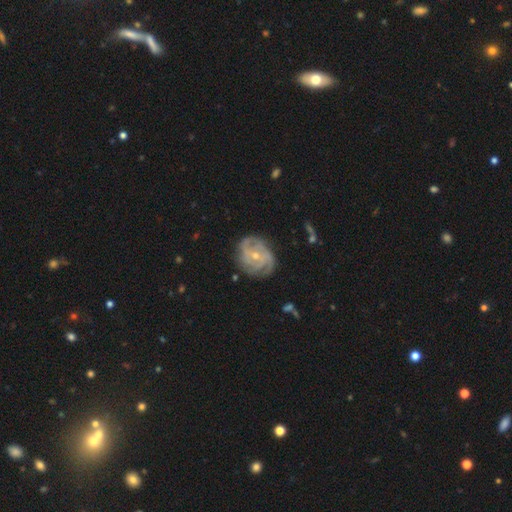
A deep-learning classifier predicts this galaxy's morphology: Q: Smooth or featured?
A: featured or disk (85%); runner-up: smooth (9%)
Q: Edge-on disk?
A: no (97%); runner-up: yes (3%)
Q: Bar?
A: no (64%); runner-up: weak (29%)
Q: Spiral arms?
A: yes (94%); runner-up: no (6%)
Q: Spiral winding?
A: tight (59%); runner-up: medium (32%)
Q: Spiral arm count?
A: 3 (30%); runner-up: can't tell (25%)
Q: Bulge size?
A: small (55%); runner-up: moderate (42%)
Q: Merging?
A: none (71%); runner-up: minor disturbance (20%)